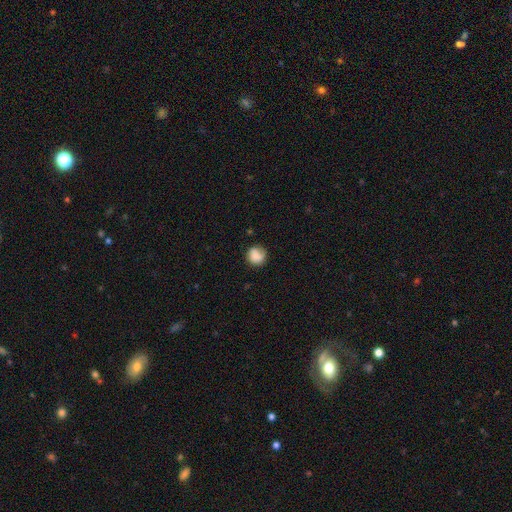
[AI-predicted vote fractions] Smooth or featured? smooth (82%)
How rounded? round (87%)
Merging? none (71%)